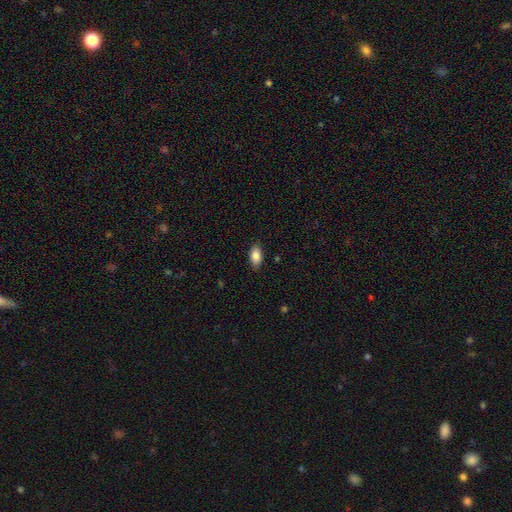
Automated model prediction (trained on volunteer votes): This is clearly a smooth galaxy (87%). How rounded: clearly in between (92%). Merging: clearly none (87%).